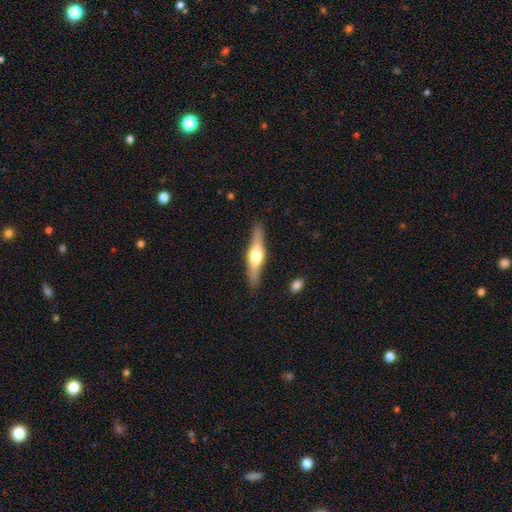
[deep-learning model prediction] The model was most divided on "smooth or featured": featured or disk: 66%, smooth: 29%, star or artifact: 5%. More confident: edge-on disk — yes (96%); edge-on bulge — rounded (93%); merging — none (88%).